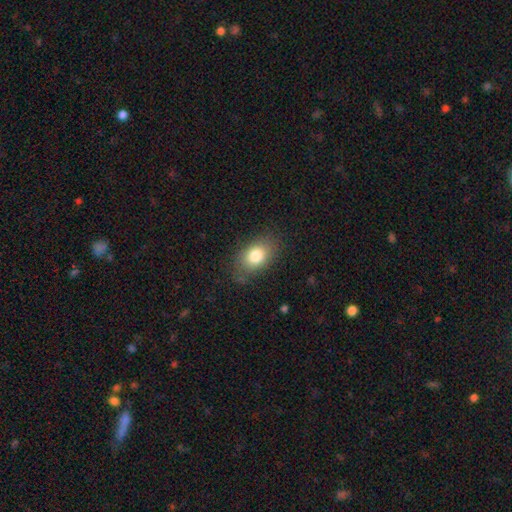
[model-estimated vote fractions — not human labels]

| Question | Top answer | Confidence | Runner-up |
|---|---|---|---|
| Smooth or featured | smooth | 80% | featured or disk (12%) |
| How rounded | in between | 84% | round (14%) |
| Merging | none | 77% | minor disturbance (16%) |